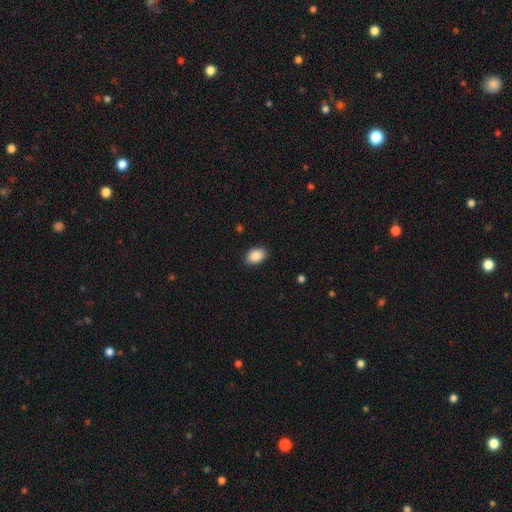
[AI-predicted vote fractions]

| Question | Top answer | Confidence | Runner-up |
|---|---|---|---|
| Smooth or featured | smooth | 89% | star or artifact (7%) |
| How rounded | in between | 86% | round (13%) |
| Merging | none | 87% | minor disturbance (10%) |